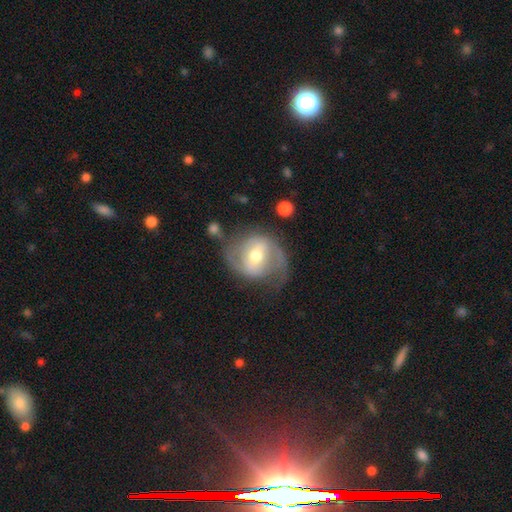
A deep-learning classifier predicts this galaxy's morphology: Smooth or featured? Predicted: featured or disk (p=0.77). Edge-on disk? Predicted: no (p=0.97). Bar? Predicted: weak (p=0.45). Spiral arms? Predicted: yes (p=0.84). Spiral winding? Predicted: medium (p=0.48). Spiral arm count? Predicted: 2 (p=0.84). Bulge size? Predicted: moderate (p=0.71). Merging? Predicted: none (p=0.61).